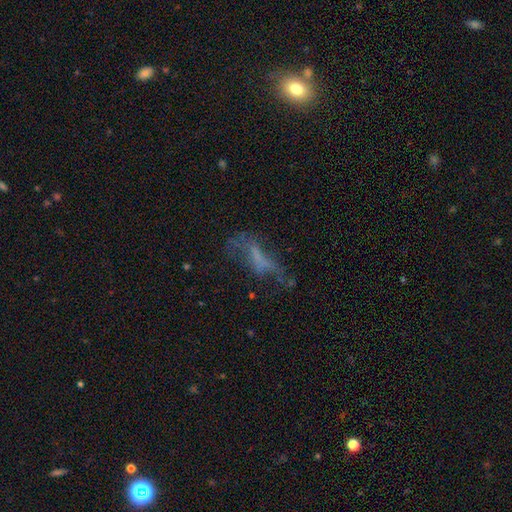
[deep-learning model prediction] A featured or disk galaxy (43%). Merging: none (37%, tied with major disturbance).